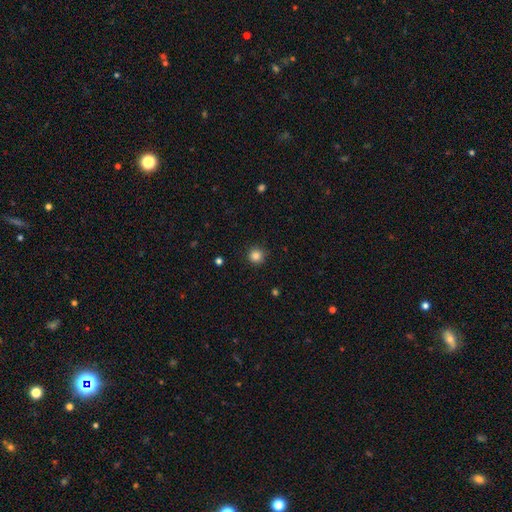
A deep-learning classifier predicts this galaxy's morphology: smooth-or-featured: smooth: 85% | star or artifact: 11% | featured or disk: 4%
  how-rounded: round: 95% | in between: 4% | cigar-shaped: 1%
  merging: none: 91% | minor disturbance: 6% | major disturbance: 2% | merger: 1%